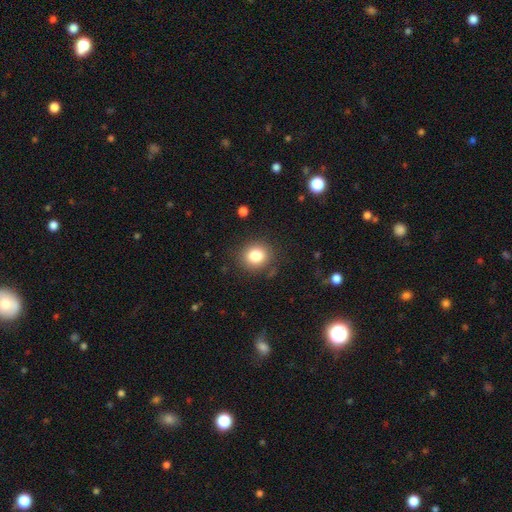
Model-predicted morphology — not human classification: Smooth or featured?
  - smooth: 82% *
  - star or artifact: 11%
  - featured or disk: 7%
How rounded?
  - round: 86% *
  - in between: 13%
  - cigar-shaped: 1%
Merging?
  - none: 87% *
  - minor disturbance: 8%
  - major disturbance: 3%
  - merger: 2%